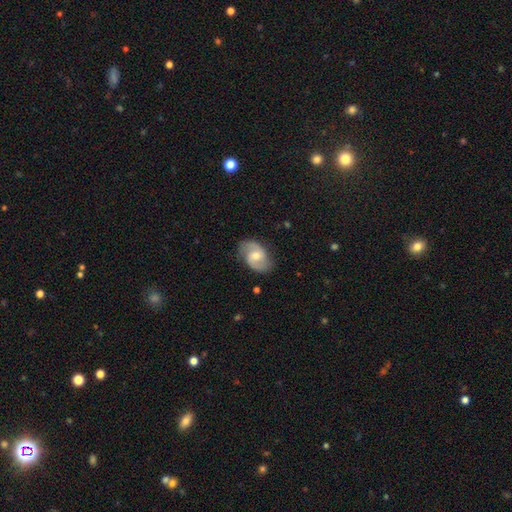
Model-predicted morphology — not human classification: featured or disk 79%, smooth 16%, star or artifact 5%. Down the decision tree: edge-on disk — no (97%); bar — no (48%); spiral arms — yes (94%); spiral arm count — 2 (92%); spiral winding — medium (53%); bulge size — moderate (59%); merging — none (82%).